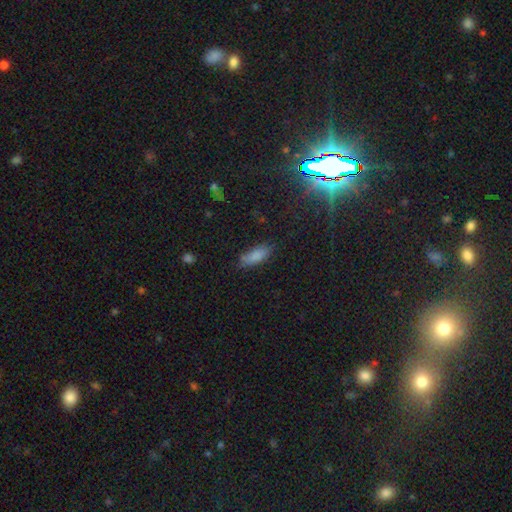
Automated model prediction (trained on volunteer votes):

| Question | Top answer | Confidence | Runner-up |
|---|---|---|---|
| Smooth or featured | smooth | 82% | star or artifact (10%) |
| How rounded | in between | 75% | cigar-shaped (23%) |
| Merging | none | 68% | minor disturbance (24%) |